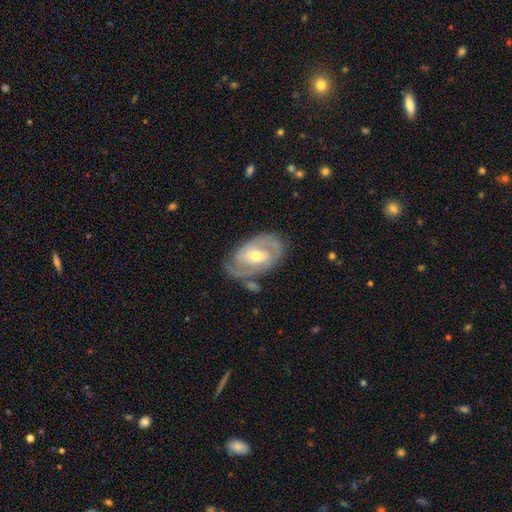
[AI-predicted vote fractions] Smooth or featured? Predicted: featured or disk (p=0.84). Edge-on disk? Predicted: no (p=0.96). Bar? Predicted: weak (p=0.46). Spiral arms? Predicted: yes (p=0.92). Spiral winding? Predicted: tight (p=0.55). Spiral arm count? Predicted: 2 (p=0.71). Bulge size? Predicted: moderate (p=0.60). Merging? Predicted: none (p=0.71).